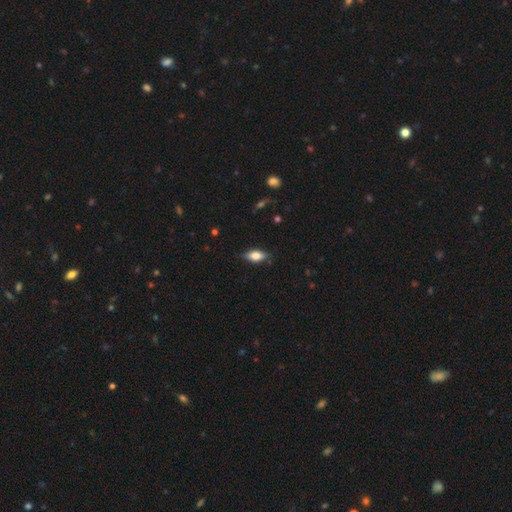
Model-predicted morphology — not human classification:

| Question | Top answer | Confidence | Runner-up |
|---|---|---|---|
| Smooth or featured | smooth | 65% | featured or disk (28%) |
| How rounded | in between | 81% | cigar-shaped (15%) |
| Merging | none | 80% | minor disturbance (15%) |